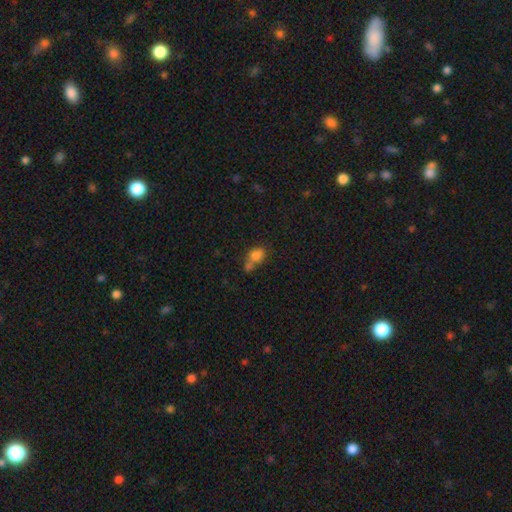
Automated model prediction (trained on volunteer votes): Overall: smooth (78%). How rounded: in between (61%; round 37%). Merging: merger (46%; none 31%).